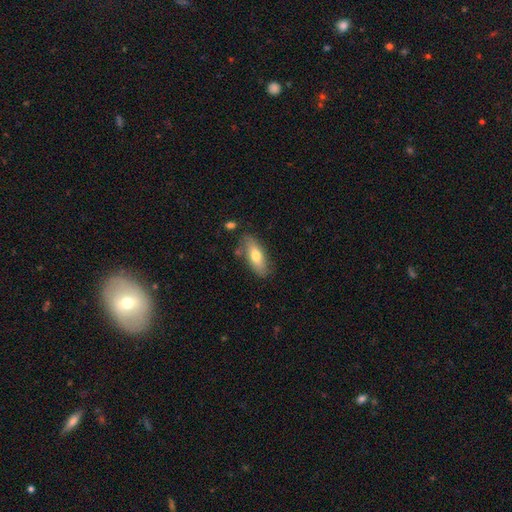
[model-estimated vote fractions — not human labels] A smooth galaxy with no disk features (67%) that is in between round and cigar-shaped (74%). Merging: none (77%).